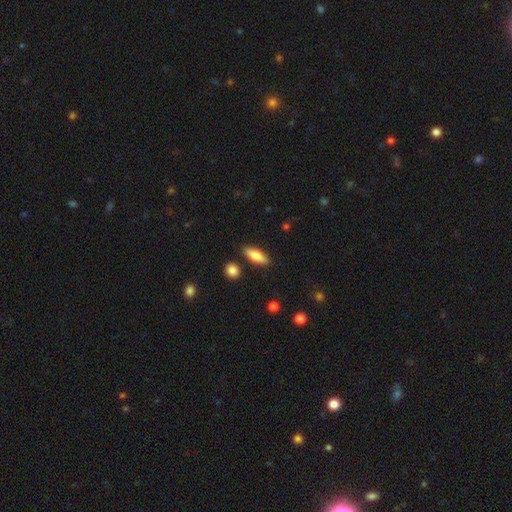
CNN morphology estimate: The model was most divided on "how rounded": in between: 61%, cigar-shaped: 36%, round: 3%. More confident: merging — none (85%); smooth or featured — smooth (75%).